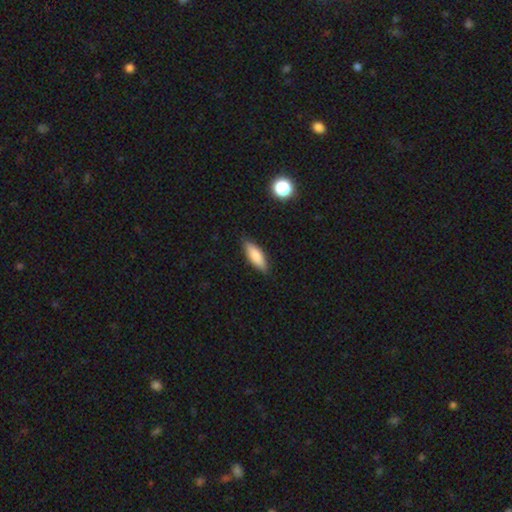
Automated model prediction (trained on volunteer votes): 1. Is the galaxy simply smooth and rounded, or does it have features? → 80% smooth, 14% featured or disk, 6% star or artifact.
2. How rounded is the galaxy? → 57% in between, 41% cigar-shaped, 2% round.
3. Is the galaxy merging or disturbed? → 86% none, 11% minor disturbance, 2% major disturbance, 1% merger.